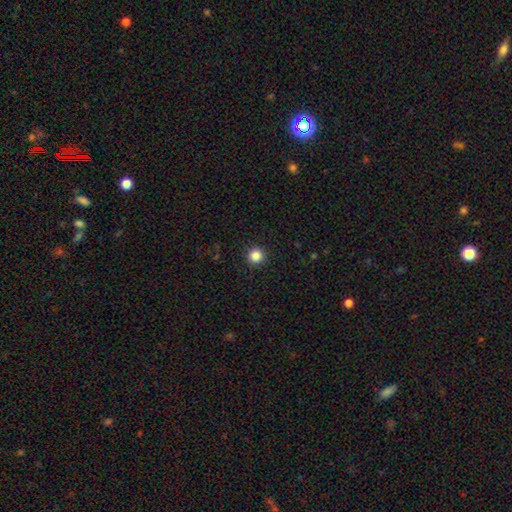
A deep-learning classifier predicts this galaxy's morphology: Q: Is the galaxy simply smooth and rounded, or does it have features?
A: smooth — 86%.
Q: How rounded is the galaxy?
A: round — 95%.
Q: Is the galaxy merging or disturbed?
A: none — 93%.